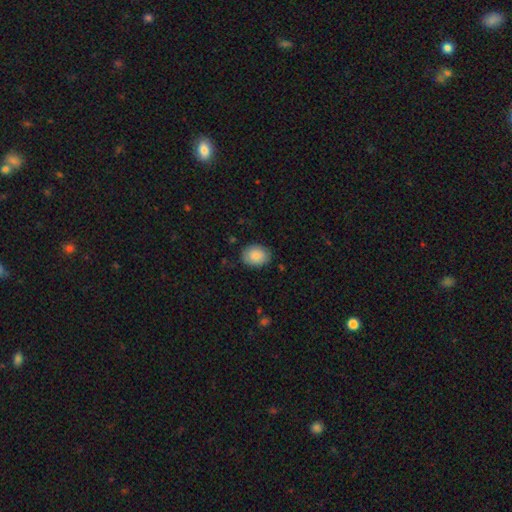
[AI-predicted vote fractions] A smooth galaxy with no disk features (87%) that is in between round and cigar-shaped (61%). Merging: none (83%).